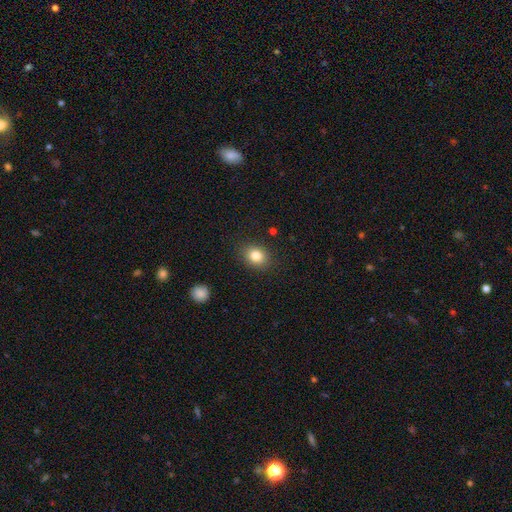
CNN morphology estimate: Q: Smooth or featured?
A: smooth (83%); runner-up: star or artifact (10%)
Q: How rounded?
A: in between (51%); runner-up: round (48%)
Q: Merging?
A: none (87%); runner-up: minor disturbance (10%)